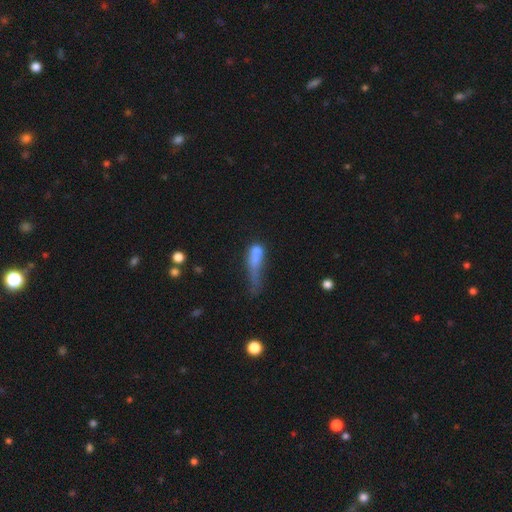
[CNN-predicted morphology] type=smooth (61%); roundness=in between (50%); merging=major disturbance (43%).